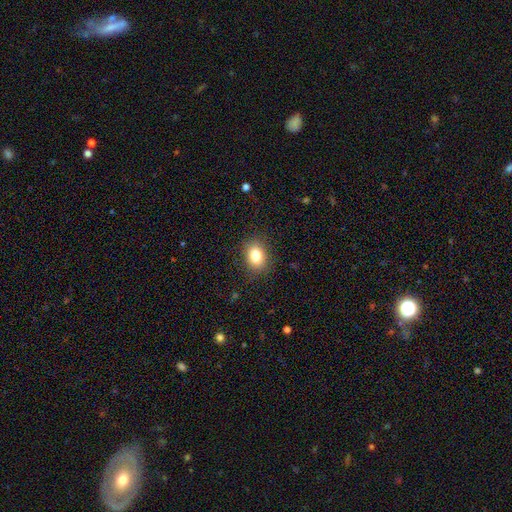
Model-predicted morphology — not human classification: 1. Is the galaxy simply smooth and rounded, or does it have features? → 83% smooth, 9% star or artifact, 7% featured or disk.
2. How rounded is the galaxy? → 69% in between, 30% round, 1% cigar-shaped.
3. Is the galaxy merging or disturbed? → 86% none, 10% minor disturbance, 3% major disturbance, 1% merger.